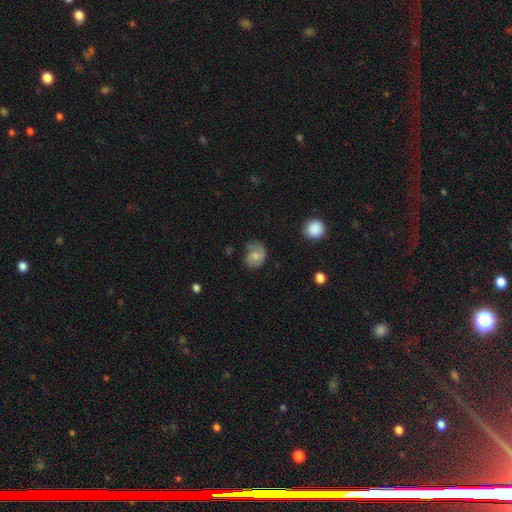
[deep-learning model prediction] Q: Smooth or featured?
A: smooth (58%); runner-up: featured or disk (34%)
Q: How rounded?
A: round (57%); runner-up: in between (42%)
Q: Merging?
A: none (50%); runner-up: minor disturbance (31%)